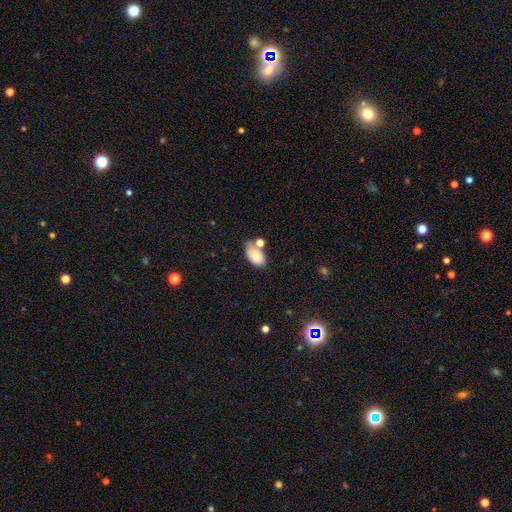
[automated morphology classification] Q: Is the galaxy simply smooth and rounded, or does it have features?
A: smooth — 75%.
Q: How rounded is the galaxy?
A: in between — 92%.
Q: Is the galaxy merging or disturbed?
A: none — 51%.